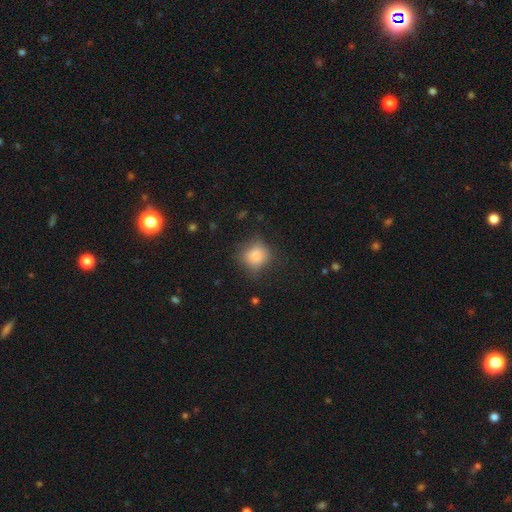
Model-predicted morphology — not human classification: smooth-or-featured: smooth: 84% | star or artifact: 10% | featured or disk: 7%
  how-rounded: round: 76% | in between: 23% | cigar-shaped: 1%
  merging: none: 65% | minor disturbance: 24% | major disturbance: 9% | merger: 2%